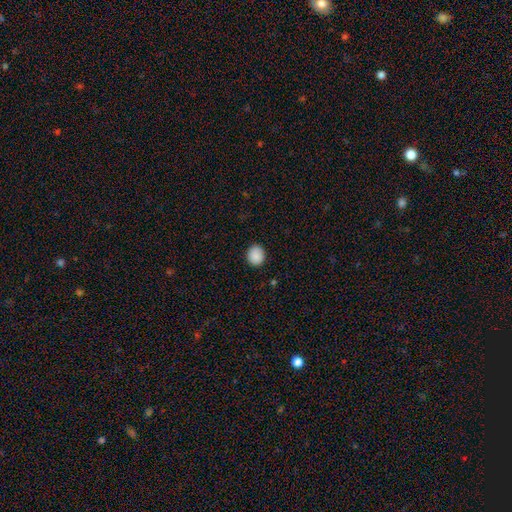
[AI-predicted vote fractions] A smooth galaxy with no disk features (89%) that is round (75%). Merging: none (90%).